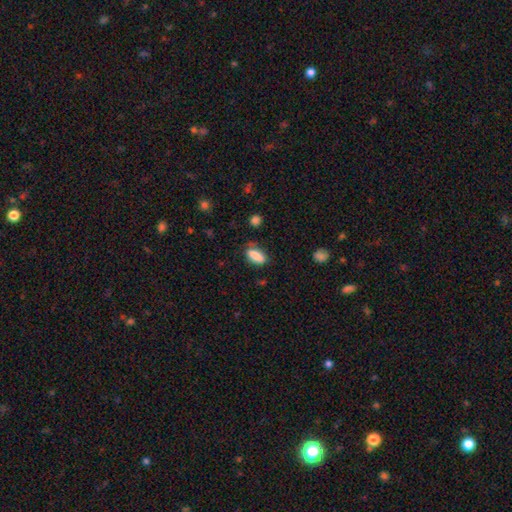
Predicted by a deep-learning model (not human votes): A smooth galaxy with no disk features (84%) that is in between round and cigar-shaped (71%). Merging: none (71%).